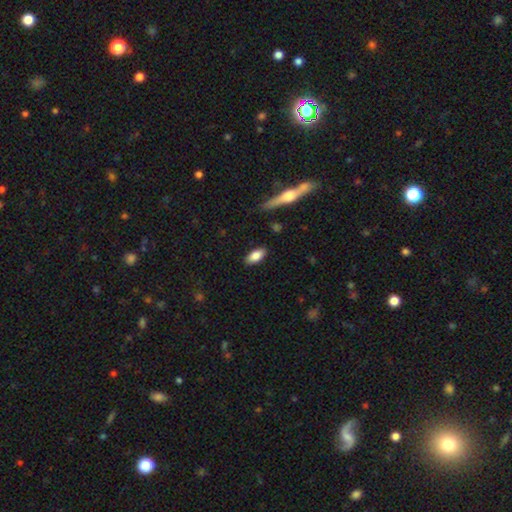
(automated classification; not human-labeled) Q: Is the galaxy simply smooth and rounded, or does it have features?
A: smooth — 84%.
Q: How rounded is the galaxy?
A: in between — 88%.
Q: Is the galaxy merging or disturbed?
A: none — 87%.